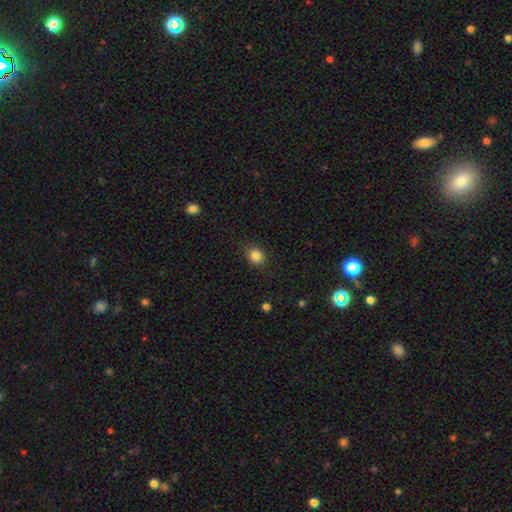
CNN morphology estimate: Q: Smooth or featured?
A: smooth (85%); runner-up: star or artifact (11%)
Q: How rounded?
A: round (68%); runner-up: in between (31%)
Q: Merging?
A: none (88%); runner-up: minor disturbance (8%)